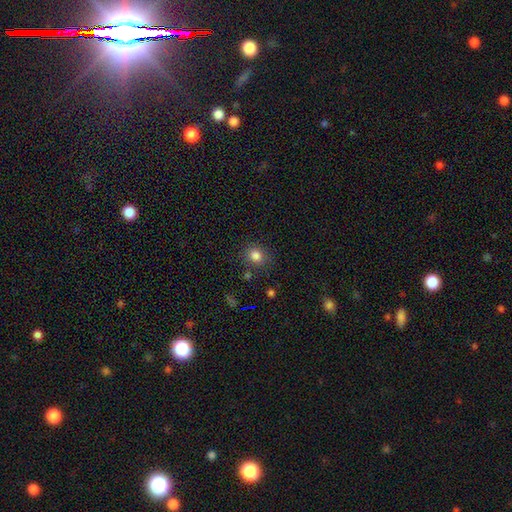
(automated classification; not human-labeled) This is clearly a smooth galaxy (83%). How rounded: likely round (67%). Merging: likely none (80%).